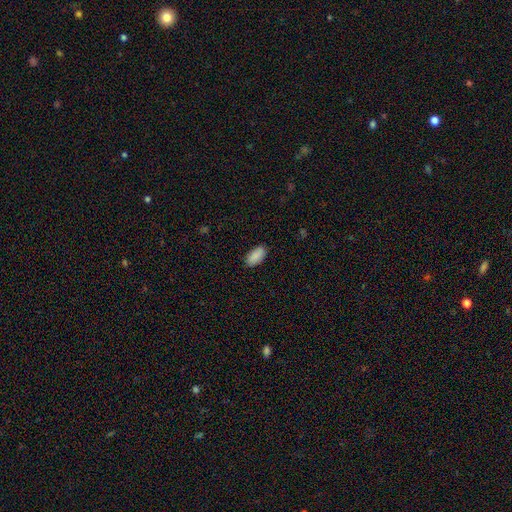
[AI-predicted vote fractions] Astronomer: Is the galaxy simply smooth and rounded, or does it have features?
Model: smooth — 89%.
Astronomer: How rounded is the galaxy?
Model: in between — 93%.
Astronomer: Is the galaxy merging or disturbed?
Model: none — 86%.